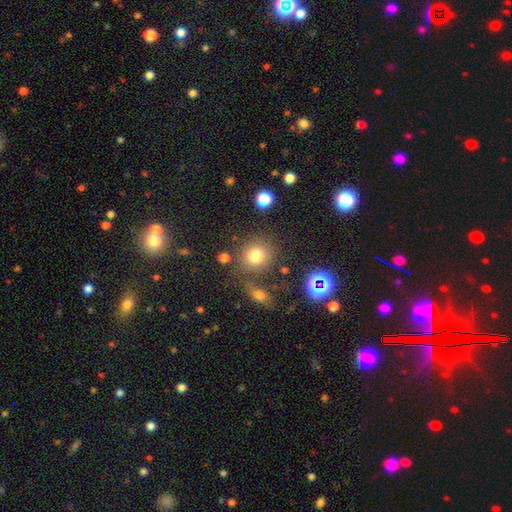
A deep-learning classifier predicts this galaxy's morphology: Q: Smooth or featured?
A: smooth (76%); runner-up: star or artifact (16%)
Q: How rounded?
A: round (82%); runner-up: in between (17%)
Q: Merging?
A: none (74%); runner-up: minor disturbance (11%)